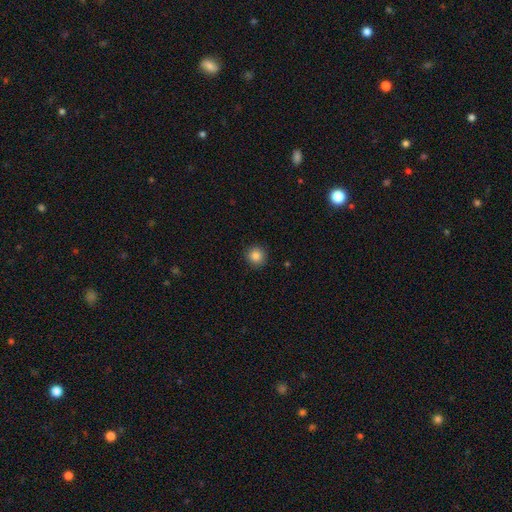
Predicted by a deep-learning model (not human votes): Overall: smooth (85%). How rounded: round (94%). Merging: none (92%).